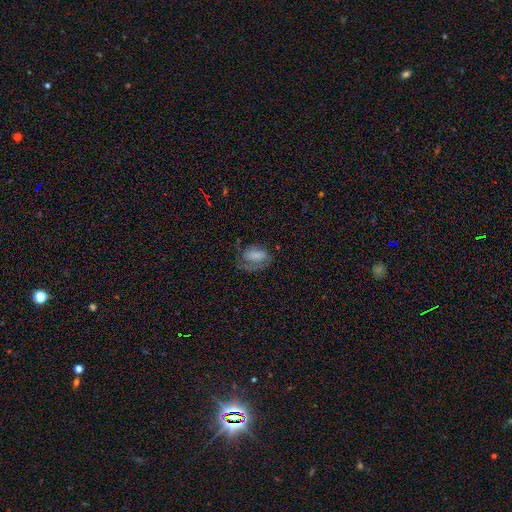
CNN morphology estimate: Smooth or featured: smooth — 55% (featured or disk — 34%)
How rounded: in between — 85% (round — 11%)
Merging: none — 38% (major disturbance — 35%)